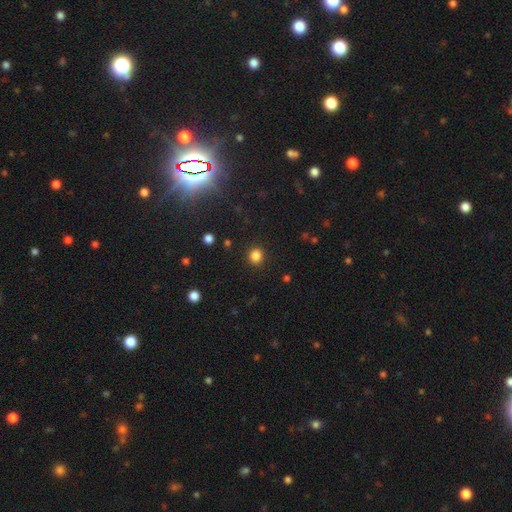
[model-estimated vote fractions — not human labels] Smooth or featured?
  - smooth: 84% *
  - star or artifact: 12%
  - featured or disk: 4%
How rounded?
  - round: 85% *
  - in between: 14%
  - cigar-shaped: 1%
Merging?
  - none: 91% *
  - minor disturbance: 6%
  - major disturbance: 2%
  - merger: 1%